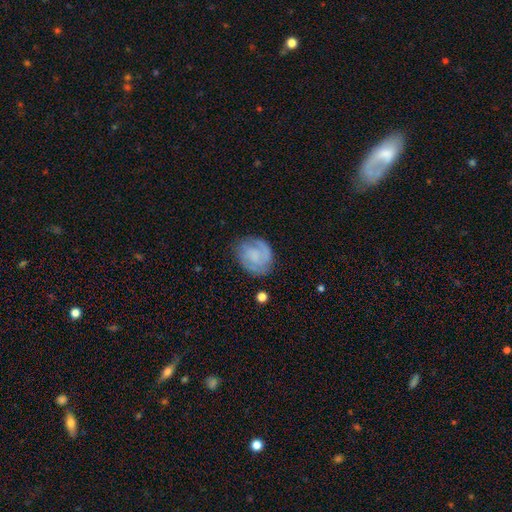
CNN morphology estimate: A featured or disk galaxy (63%) with no bar (65%), 2 (45%) tight (56%) spiral arms (89%) and no central bulge (55%).

Vote fractions:
- Smooth or featured? featured or disk: 63% / smooth: 30% / star or artifact: 7%
- Edge-on disk? no: 98% / yes: 2%
- Bar? no: 65% / weak: 29% / strong: 6%
- Spiral arms? yes: 89% / no: 11%
- Spiral winding? tight: 56% / medium: 33% / loose: 11%
- Spiral arm count? 2: 45% / can't tell: 23% / 3: 13% / 1: 11% / 4: 3% / more than 4: 3%
- Bulge size? none: 55% / small: 24% / moderate: 14% / large: 6% / dominant: 2%
- Merging? none: 73% / minor disturbance: 18% / major disturbance: 7% / merger: 2%